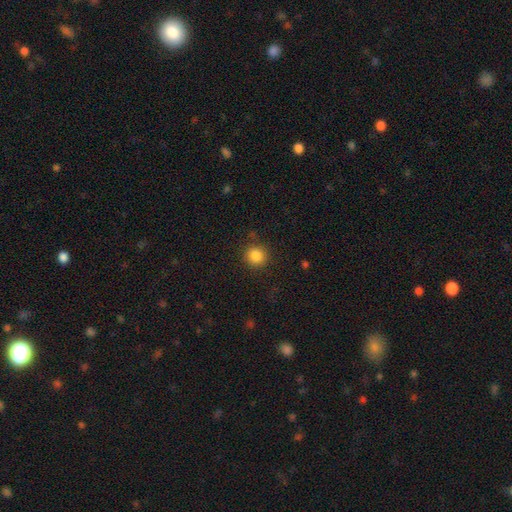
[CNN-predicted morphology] smooth-or-featured: smooth: 85% | star or artifact: 11% | featured or disk: 4%
  how-rounded: round: 92% | in between: 7% | cigar-shaped: 1%
  merging: none: 88% | minor disturbance: 8% | major disturbance: 3% | merger: 1%